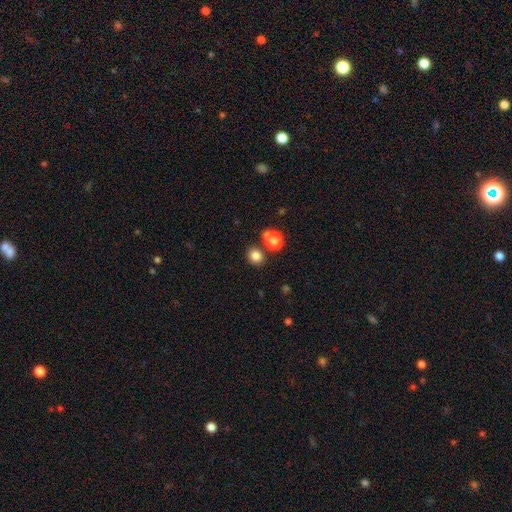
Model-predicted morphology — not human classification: Smooth or featured: smooth — 82% (star or artifact — 13%)
How rounded: round — 76% (in between — 23%)
Merging: none — 77% (merger — 11%)